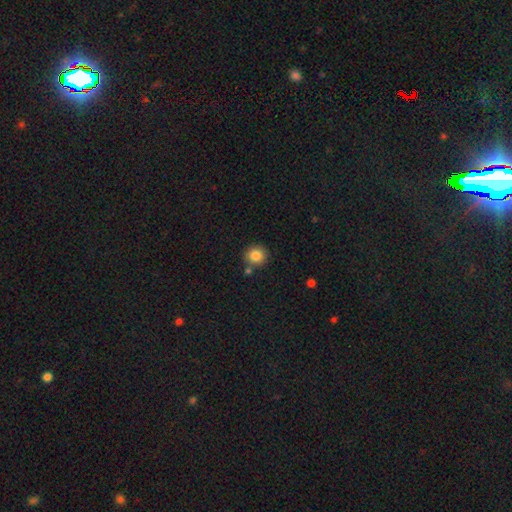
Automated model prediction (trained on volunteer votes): smooth-or-featured: smooth: 85% | star or artifact: 10% | featured or disk: 6%
  how-rounded: round: 89% | in between: 10% | cigar-shaped: 1%
  merging: none: 80% | minor disturbance: 9% | merger: 9% | major disturbance: 2%